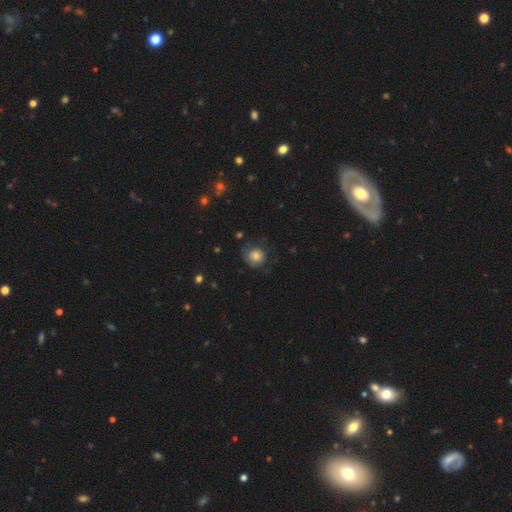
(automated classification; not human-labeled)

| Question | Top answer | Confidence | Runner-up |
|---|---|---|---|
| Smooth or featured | smooth | 77% | featured or disk (13%) |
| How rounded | round | 87% | in between (12%) |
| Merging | none | 70% | minor disturbance (20%) |